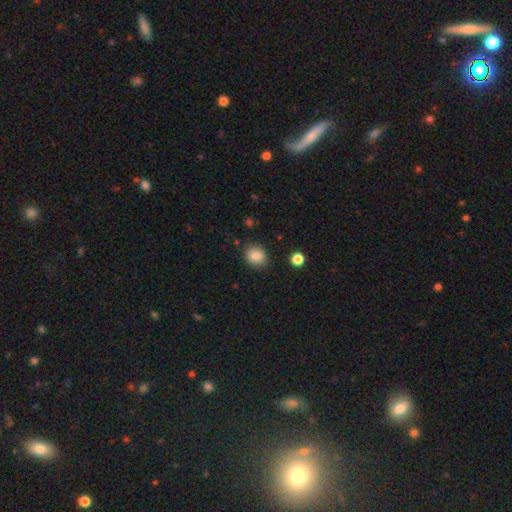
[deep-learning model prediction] A smooth galaxy with no disk features (85%) that is round (65%). Merging: none (87%).